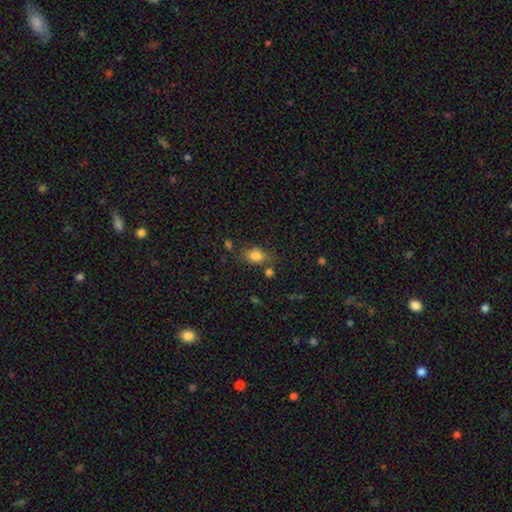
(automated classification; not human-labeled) This is clearly a smooth galaxy (81%). How rounded: likely in between (68%). Merging: likely none (64%).